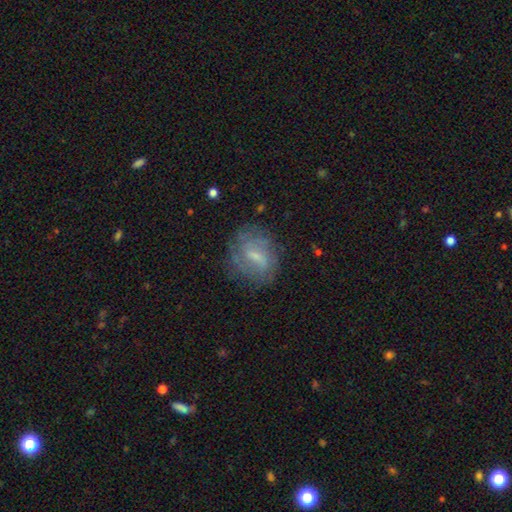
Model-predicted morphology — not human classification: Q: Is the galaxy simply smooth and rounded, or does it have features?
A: featured or disk — 57%.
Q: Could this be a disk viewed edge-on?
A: no — 95%.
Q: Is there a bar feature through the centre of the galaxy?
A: weak — 56%.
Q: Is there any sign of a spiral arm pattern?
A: yes — 68%.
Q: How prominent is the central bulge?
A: small — 46%.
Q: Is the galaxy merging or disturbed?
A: none — 68%.